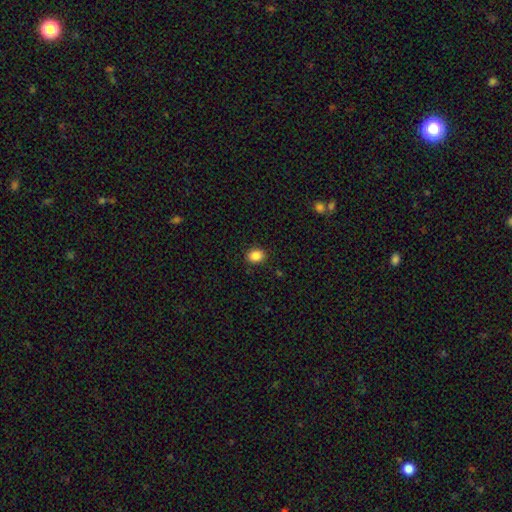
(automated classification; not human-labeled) A smooth galaxy with no disk features (87%) that is round (54%).

Vote fractions:
- Smooth or featured? smooth: 87% / star or artifact: 9% / featured or disk: 3%
- How rounded? round: 54% / in between: 45% / cigar-shaped: 1%
- Merging? none: 89% / minor disturbance: 7% / major disturbance: 2% / merger: 1%